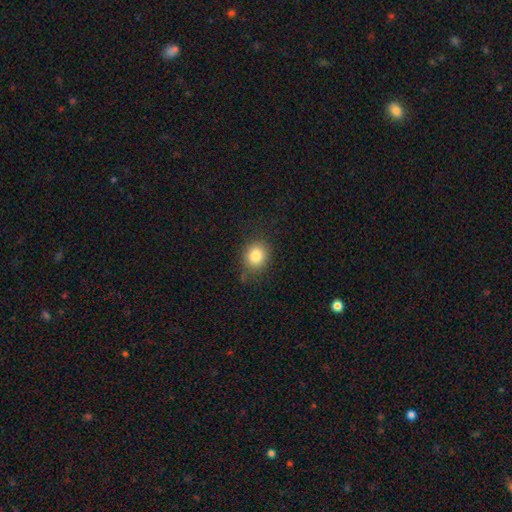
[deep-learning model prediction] A smooth galaxy with no disk features (83%) that is round (65%). Merging: none (76%).